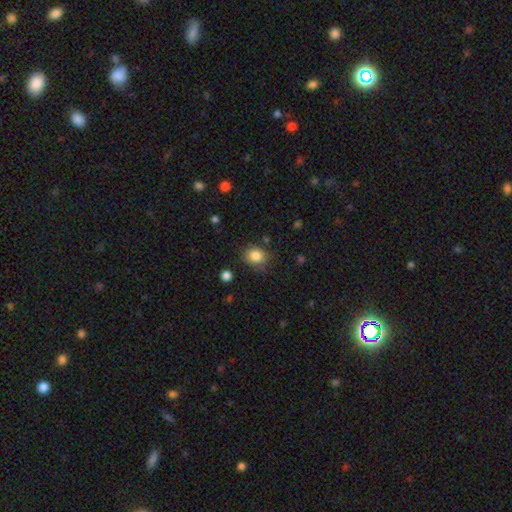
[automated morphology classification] Smooth or featured? Predicted: smooth (p=0.84). How rounded? Predicted: round (p=0.69). Merging? Predicted: none (p=0.77).